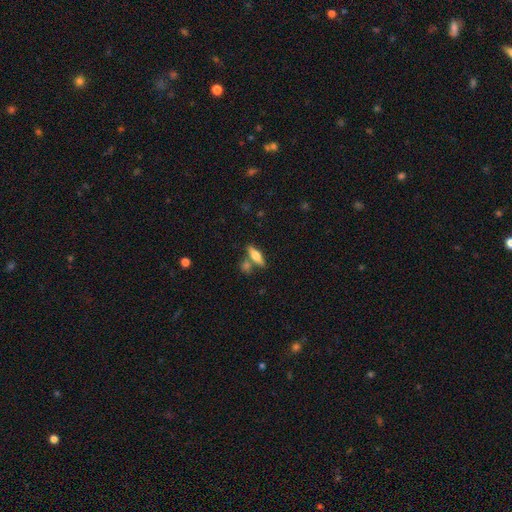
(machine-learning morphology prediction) Smooth or featured? smooth (57%)
How rounded? cigar-shaped (49%)
Merging? none (68%)